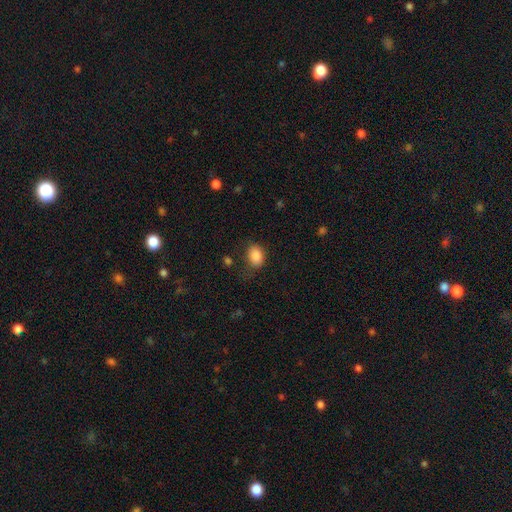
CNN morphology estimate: Smooth or featured? Predicted: smooth (p=0.87). How rounded? Predicted: in between (p=0.66). Merging? Predicted: none (p=0.65).